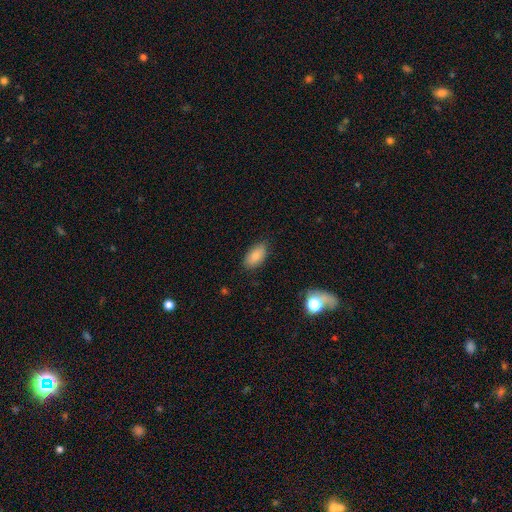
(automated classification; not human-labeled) smooth-or-featured: smooth: 83% | featured or disk: 8% | star or artifact: 8%
  how-rounded: in between: 93% | round: 4% | cigar-shaped: 4%
  merging: none: 82% | minor disturbance: 14% | major disturbance: 3% | merger: 1%